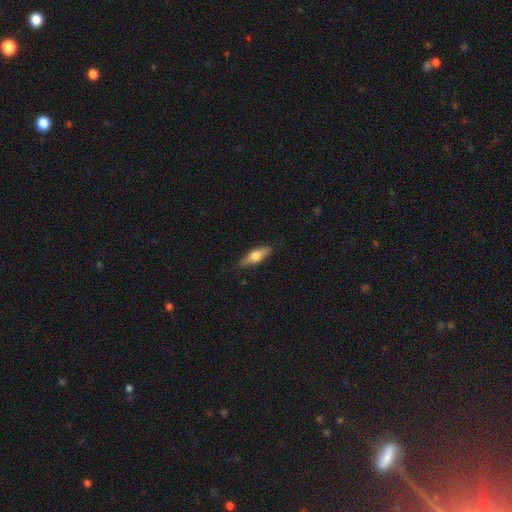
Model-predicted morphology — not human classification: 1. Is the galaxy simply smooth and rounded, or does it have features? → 61% smooth, 33% featured or disk, 6% star or artifact.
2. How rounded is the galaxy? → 57% in between, 40% cigar-shaped, 3% round.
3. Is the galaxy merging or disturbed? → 83% none, 13% minor disturbance, 2% major disturbance, 1% merger.